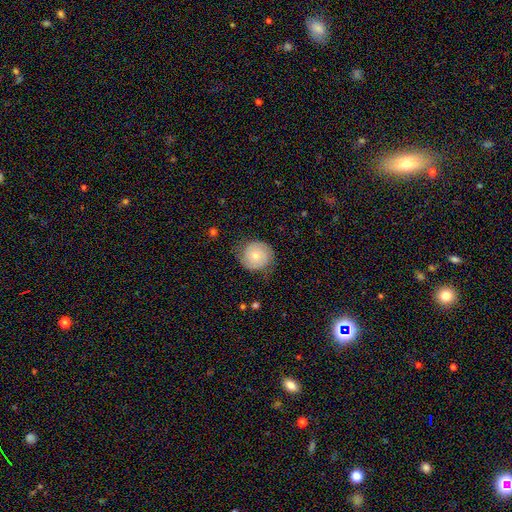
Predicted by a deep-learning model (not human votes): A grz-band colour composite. It shows a featured or disk galaxy (63%) with no bar (79%), 2 (80%) tight (63%) spiral arms (90%) and a small central bulge (57%). Merging: none (74%).